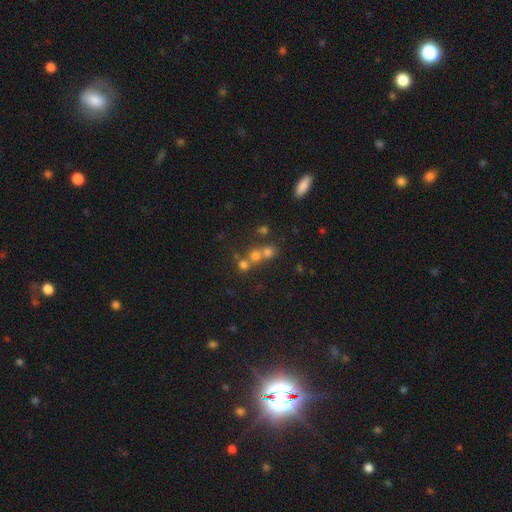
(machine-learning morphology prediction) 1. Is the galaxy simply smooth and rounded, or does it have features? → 59% smooth, 24% star or artifact, 17% featured or disk.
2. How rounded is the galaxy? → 84% round, 14% in between, 2% cigar-shaped.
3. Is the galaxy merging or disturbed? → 48% merger, 42% none, 6% minor disturbance, 4% major disturbance.